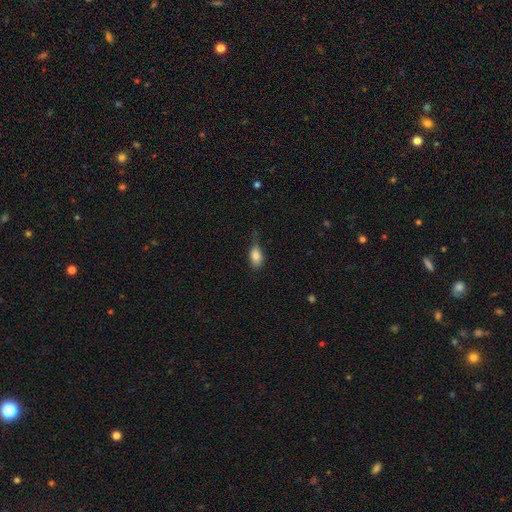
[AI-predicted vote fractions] Overall: smooth (82%). How rounded: in between (87%). Merging: none (44%; minor disturbance 38%).